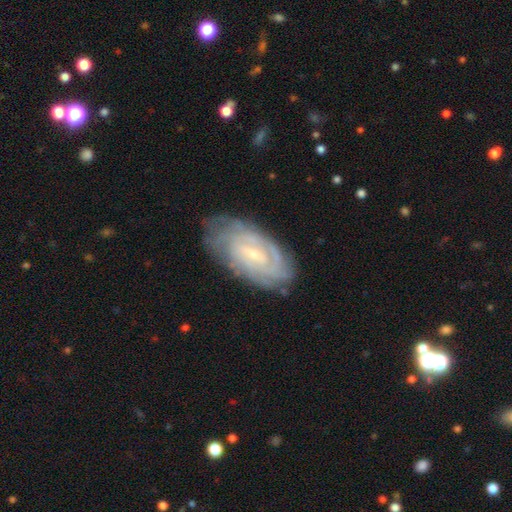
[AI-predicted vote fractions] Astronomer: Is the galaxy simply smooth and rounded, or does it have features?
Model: featured or disk — 77%.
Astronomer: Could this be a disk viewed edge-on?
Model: no — 94%.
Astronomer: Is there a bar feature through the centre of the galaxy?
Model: weak — 49% (runner-up: no, 37%).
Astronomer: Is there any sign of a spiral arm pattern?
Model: yes — 93%.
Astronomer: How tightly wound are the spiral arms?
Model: tight — 75%.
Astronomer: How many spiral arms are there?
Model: can't tell — 47%.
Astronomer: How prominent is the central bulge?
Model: small — 72%.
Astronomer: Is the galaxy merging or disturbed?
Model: none — 78%.